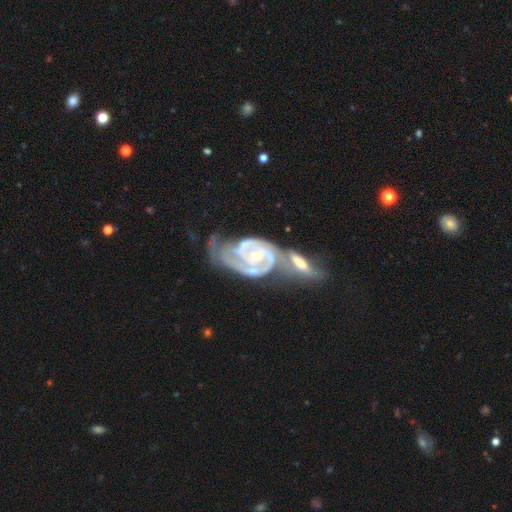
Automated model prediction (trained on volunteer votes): Smooth or featured?
  - featured or disk: 89% *
  - smooth: 6%
  - star or artifact: 5%
Edge-on disk?
  - no: 96% *
  - yes: 4%
Bar?
  - no: 61% *
  - weak: 29%
  - strong: 10%
Spiral arms?
  - yes: 95% *
  - no: 5%
Spiral winding?
  - tight: 61% *
  - medium: 30%
  - loose: 9%
Spiral arm count?
  - 2: 57% *
  - can't tell: 20%
  - 3: 11%
  - 1: 7%
  - 4: 3%
  - more than 4: 3%
Bulge size?
  - small: 62% *
  - moderate: 32%
  - none: 3%
  - large: 2%
  - dominant: 1%
Merging?
  - merger: 51% *
  - none: 18%
  - major disturbance: 17%
  - minor disturbance: 14%